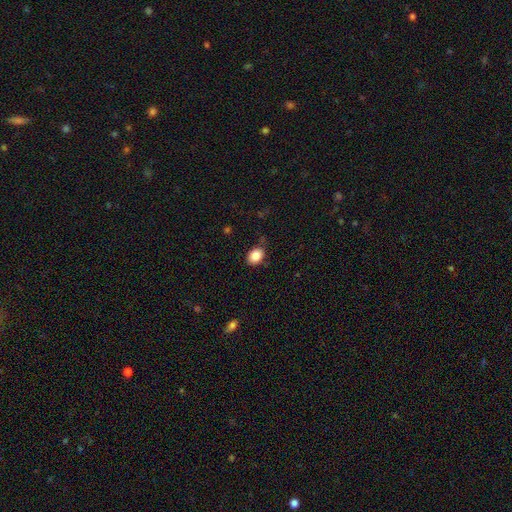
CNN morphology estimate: type=smooth (85%); roundness=in between (71%); merging=none (79%).